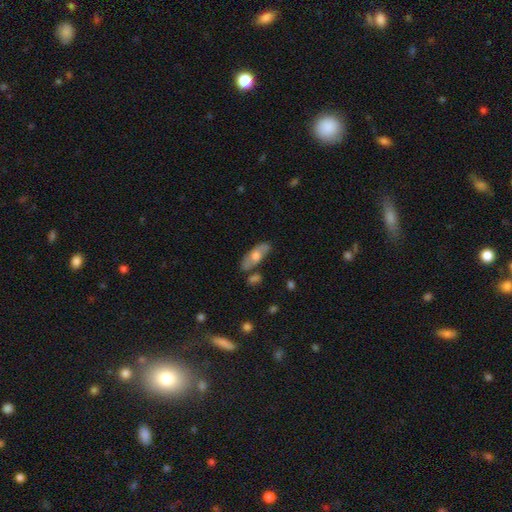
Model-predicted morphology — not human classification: The model was most divided on "smooth or featured": smooth: 55%, featured or disk: 39%, star or artifact: 6%. More confident: how rounded — in between (75%); merging — none (73%).